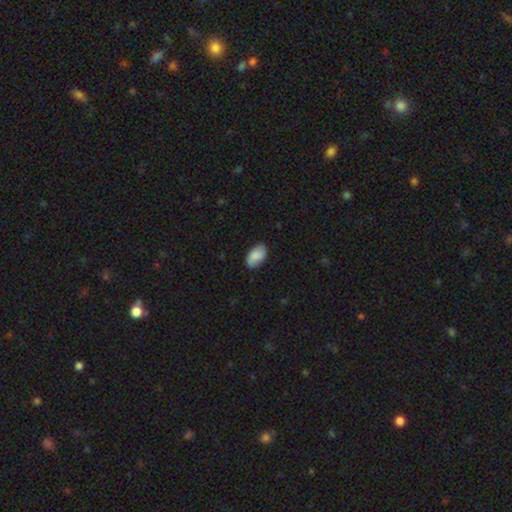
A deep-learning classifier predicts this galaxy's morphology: Smooth or featured? smooth (82%)
How rounded? in between (94%)
Merging? none (82%)